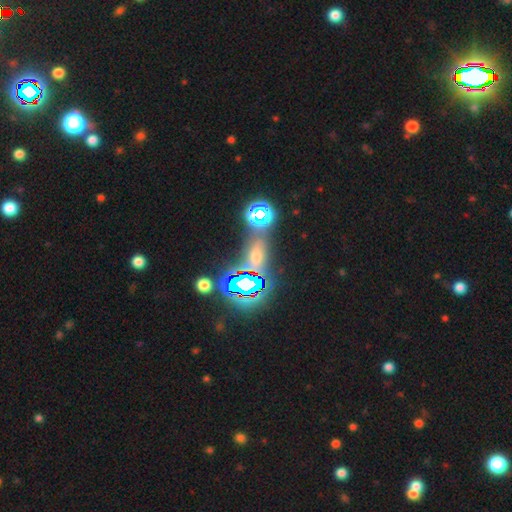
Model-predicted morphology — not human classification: Smooth or featured: star or artifact — 75% (smooth — 15%)